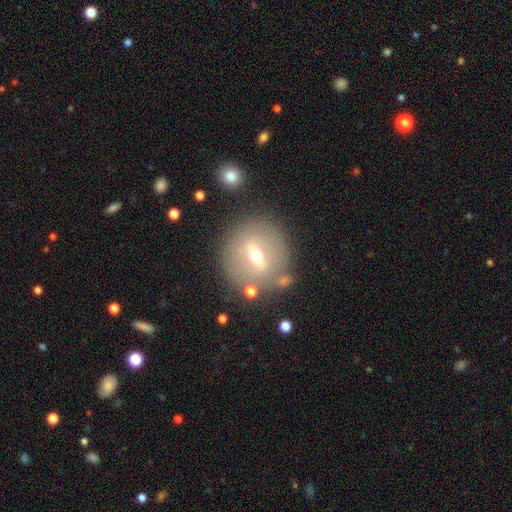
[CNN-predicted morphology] Overall: featured or disk (59%; smooth 32%). Edge-on disk: no (85%). Merging: none (78%).